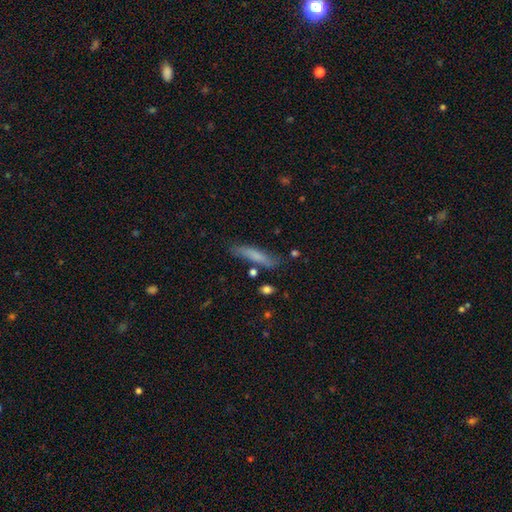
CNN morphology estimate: This is likely a smooth galaxy (72%). How rounded: clearly cigar-shaped (84%). Merging: likely none (78%).